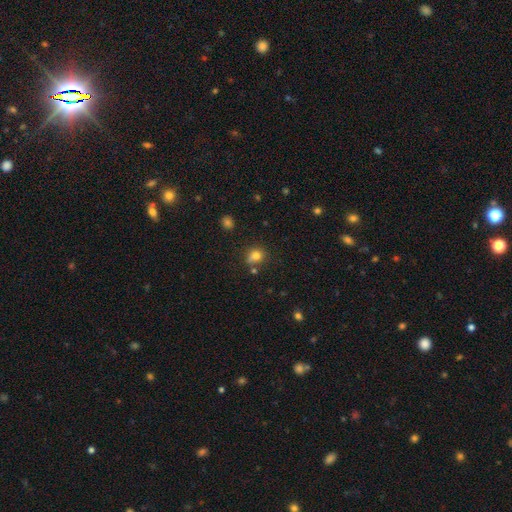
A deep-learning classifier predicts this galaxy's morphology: This is likely a smooth galaxy (78%). How rounded: likely round (63%). Merging: possibly none (59%).